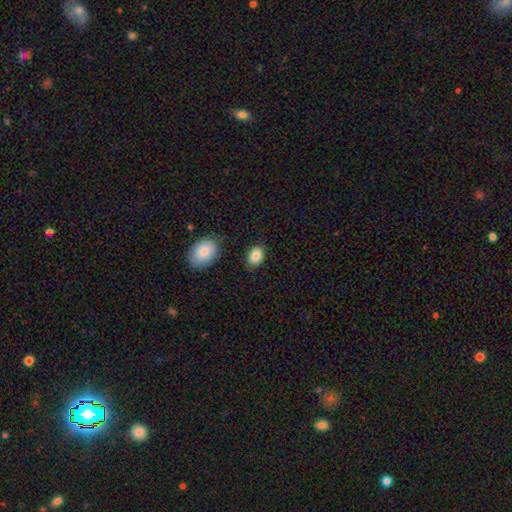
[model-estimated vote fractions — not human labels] Smooth or featured? Predicted: smooth (p=0.86). How rounded? Predicted: in between (p=0.77). Merging? Predicted: none (p=0.85).